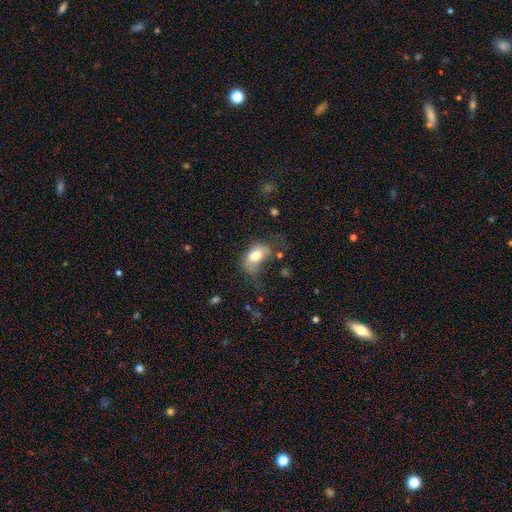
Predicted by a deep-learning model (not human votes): smooth 71%, featured or disk 21%, star or artifact 8%. Down the decision tree: how rounded — in between (86%); merging — major disturbance (37%).